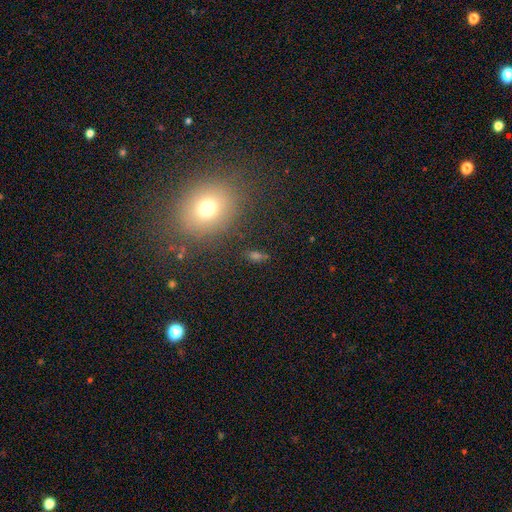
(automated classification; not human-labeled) smooth_or_featured: smooth (p=0.57) [alt: star or artifact p=0.29]
how_rounded: in between (p=0.57) [alt: round p=0.35]
merging: none (p=0.80) [alt: minor disturbance p=0.10]